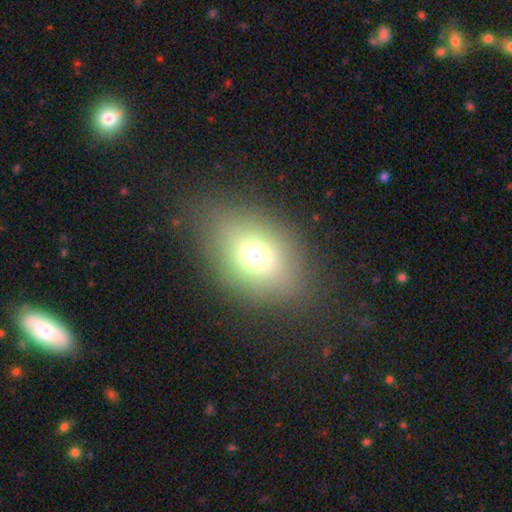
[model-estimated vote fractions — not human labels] This is likely a smooth galaxy (67%). How rounded: likely in between (72%). Merging: likely none (77%).